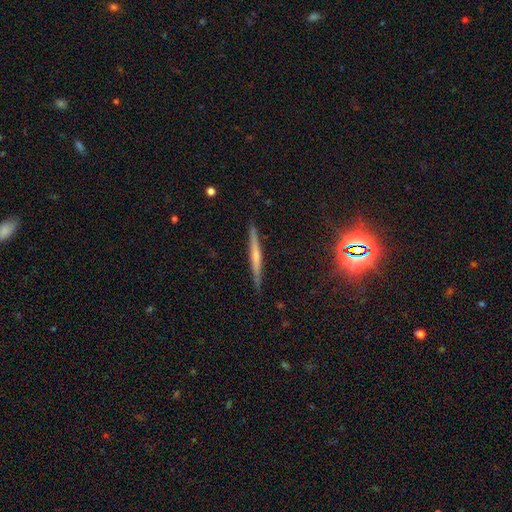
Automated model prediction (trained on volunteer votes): smooth_or_featured: featured or disk (p=0.54) [alt: smooth p=0.36]
disk_edge_on: yes (p=0.97) [alt: no p=0.03]
edge_on_bulge: none (p=0.53) [alt: rounded p=0.38]
merging: none (p=0.89) [alt: minor disturbance p=0.08]